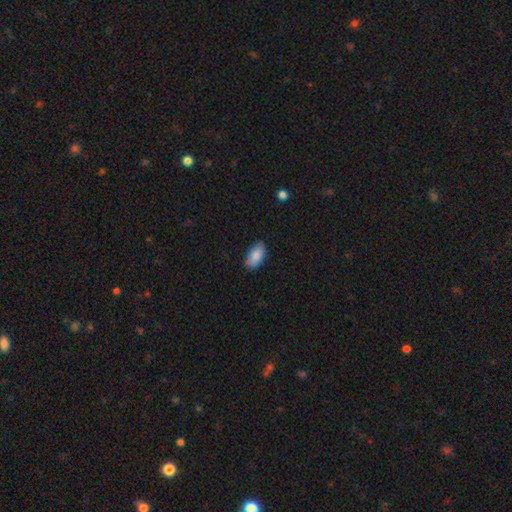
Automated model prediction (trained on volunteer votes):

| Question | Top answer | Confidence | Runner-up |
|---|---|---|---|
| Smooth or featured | smooth | 87% | star or artifact (7%) |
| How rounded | in between | 93% | cigar-shaped (4%) |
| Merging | none | 78% | minor disturbance (17%) |